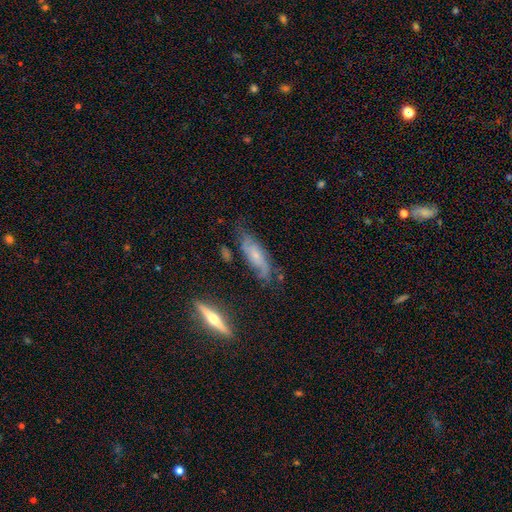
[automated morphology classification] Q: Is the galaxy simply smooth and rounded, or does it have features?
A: featured or disk — 70%.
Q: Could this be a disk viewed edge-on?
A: no — 74%.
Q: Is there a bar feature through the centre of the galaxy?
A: no — 67%.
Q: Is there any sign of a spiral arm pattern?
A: yes — 89%.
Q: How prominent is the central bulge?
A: small — 68%.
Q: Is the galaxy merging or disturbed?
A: none — 63%.